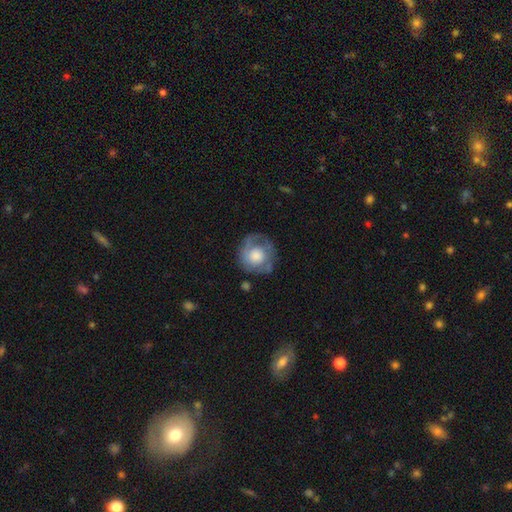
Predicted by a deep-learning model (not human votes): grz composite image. It shows a featured or disk galaxy (48%). Merging: none (65%).